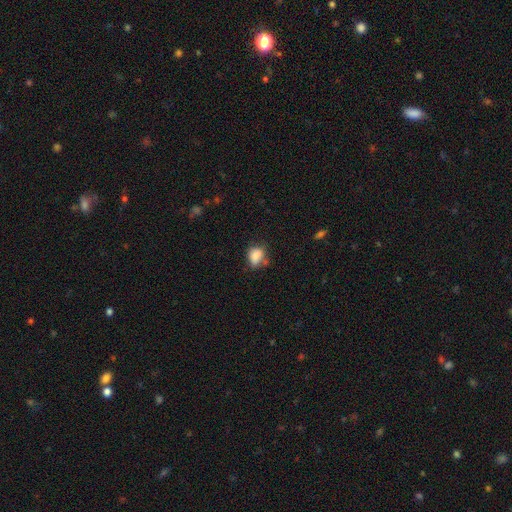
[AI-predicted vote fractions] Q: Smooth or featured?
A: smooth (83%); runner-up: star or artifact (9%)
Q: How rounded?
A: in between (63%); runner-up: round (35%)
Q: Merging?
A: none (54%); runner-up: minor disturbance (29%)